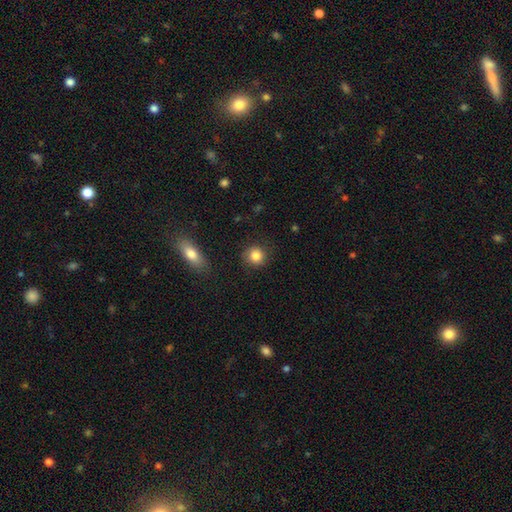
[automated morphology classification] This appears to be a smooth galaxy with no disk features (85%) that is round (90%). Merging: none (87%).